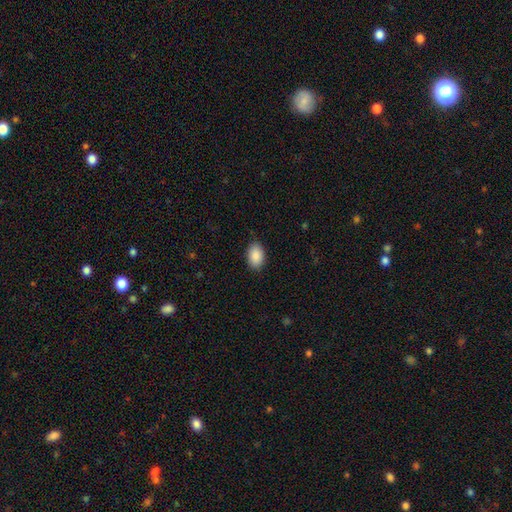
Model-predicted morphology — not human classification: A smooth galaxy with no disk features (89%) that is in between round and cigar-shaped (91%). Merging: none (87%).